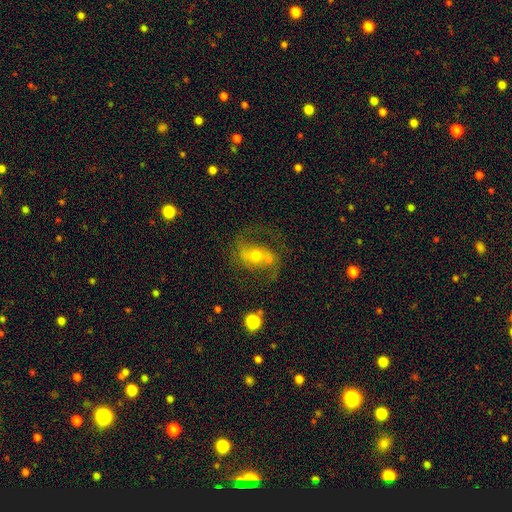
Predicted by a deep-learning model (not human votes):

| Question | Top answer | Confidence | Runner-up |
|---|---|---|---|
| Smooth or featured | featured or disk | 71% | smooth (19%) |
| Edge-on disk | no | 97% | yes (3%) |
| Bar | no | 45% | weak (36%) |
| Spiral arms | yes | 86% | no (14%) |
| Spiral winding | medium | 46% | loose (43%) |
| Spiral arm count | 2 | 86% | 1 (6%) |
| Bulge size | moderate | 64% | small (27%) |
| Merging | none | 54% | minor disturbance (17%) |